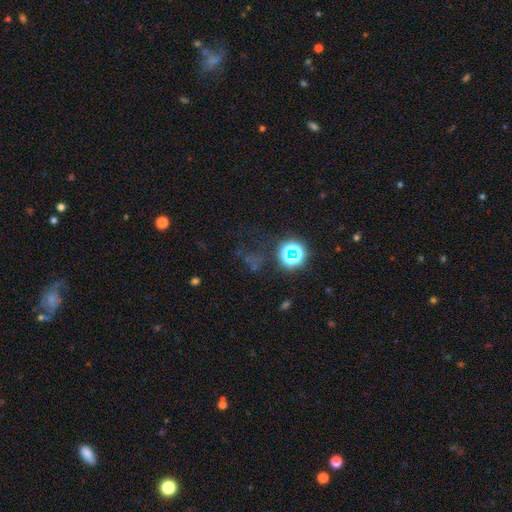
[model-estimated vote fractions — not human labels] Smooth or featured? star or artifact (70%)